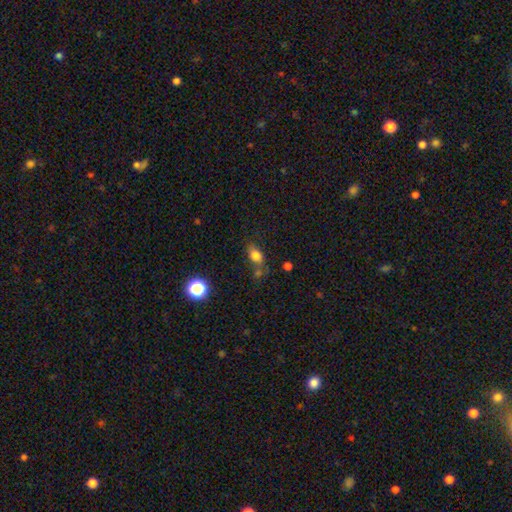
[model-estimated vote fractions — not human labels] Smooth or featured?
  - smooth: 78% *
  - star or artifact: 12%
  - featured or disk: 10%
How rounded?
  - in between: 77% *
  - round: 19%
  - cigar-shaped: 4%
Merging?
  - none: 57% *
  - minor disturbance: 20%
  - merger: 16%
  - major disturbance: 8%